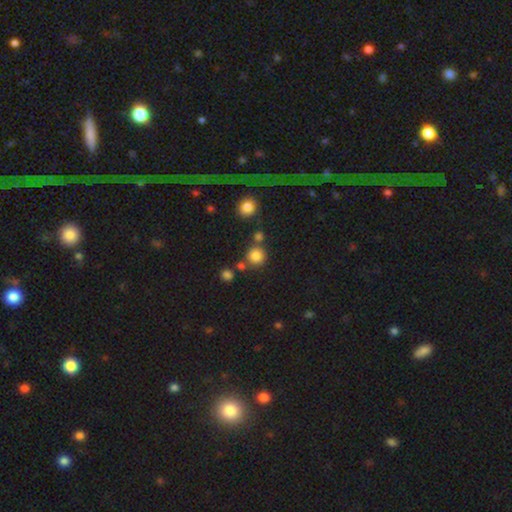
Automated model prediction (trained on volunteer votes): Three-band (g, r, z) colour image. It shows a smooth galaxy with no disk features (82%) that is round (91%). Merging: none (72%).